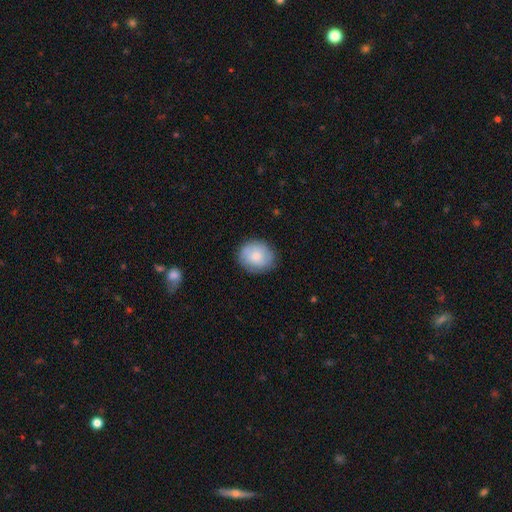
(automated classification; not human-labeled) Smooth or featured? Predicted: smooth (p=0.66). How rounded? Predicted: round (p=0.70). Merging? Predicted: none (p=0.82).